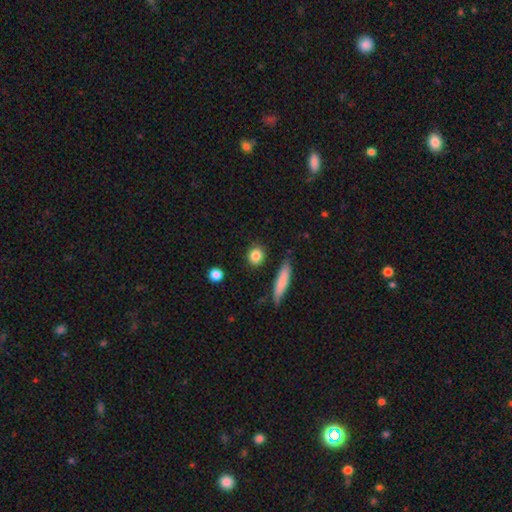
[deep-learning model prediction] Q: Smooth or featured?
A: smooth (85%); runner-up: star or artifact (8%)
Q: How rounded?
A: round (75%); runner-up: in between (20%)
Q: Merging?
A: none (87%); runner-up: minor disturbance (8%)